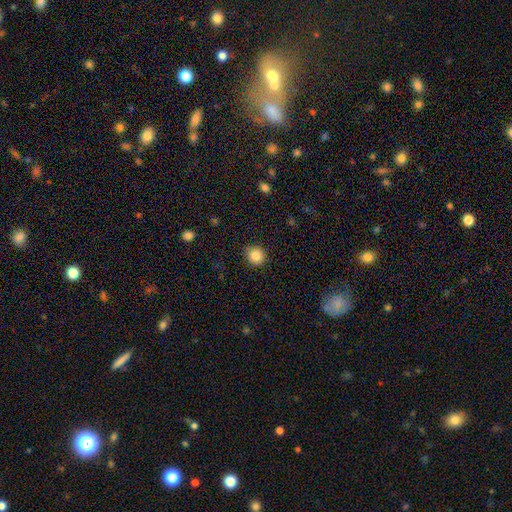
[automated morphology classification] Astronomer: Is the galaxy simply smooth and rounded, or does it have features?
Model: smooth — 85%.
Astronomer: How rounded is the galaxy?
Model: round — 91%.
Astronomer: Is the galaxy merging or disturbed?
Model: none — 88%.